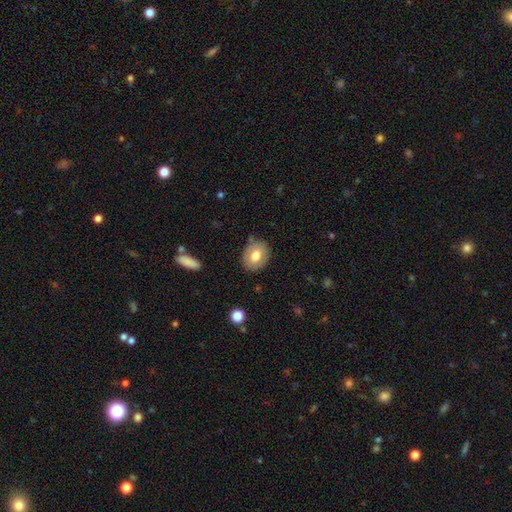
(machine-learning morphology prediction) A smooth galaxy with no disk features (69%) that is in between round and cigar-shaped (55%).

Vote fractions:
- Smooth or featured? smooth: 69% / featured or disk: 24% / star or artifact: 7%
- How rounded? in between: 55% / round: 44% / cigar-shaped: 1%
- Merging? none: 83% / minor disturbance: 12% / major disturbance: 3% / merger: 2%